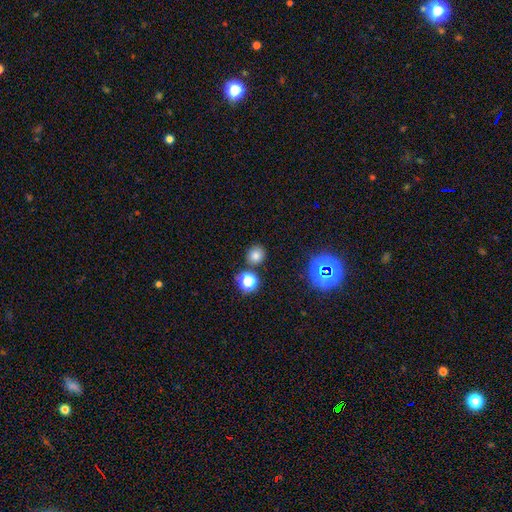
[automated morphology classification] Smooth or featured? smooth (75%)
How rounded? round (82%)
Merging? none (83%)